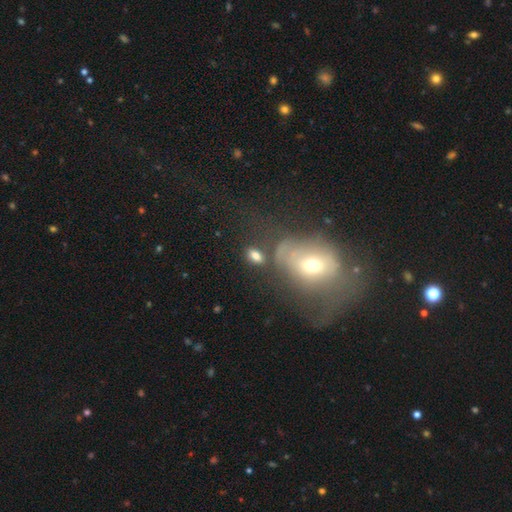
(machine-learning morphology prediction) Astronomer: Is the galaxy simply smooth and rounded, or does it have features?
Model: smooth — 77%.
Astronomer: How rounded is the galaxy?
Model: in between — 80%.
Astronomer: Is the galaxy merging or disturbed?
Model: none — 67%.